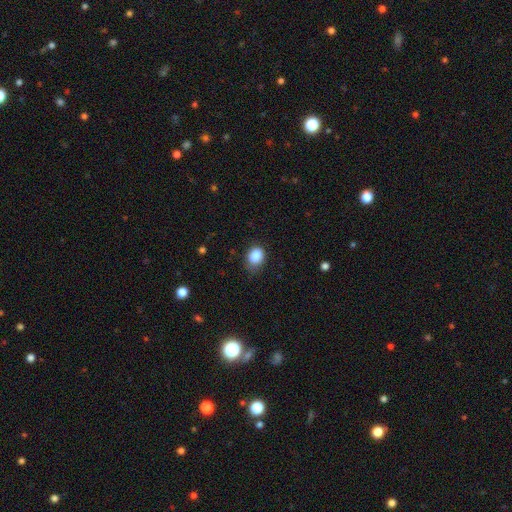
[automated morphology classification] This appears to be a smooth galaxy with no disk features (87%) that is in between round and cigar-shaped (55%). Merging: none (66%).